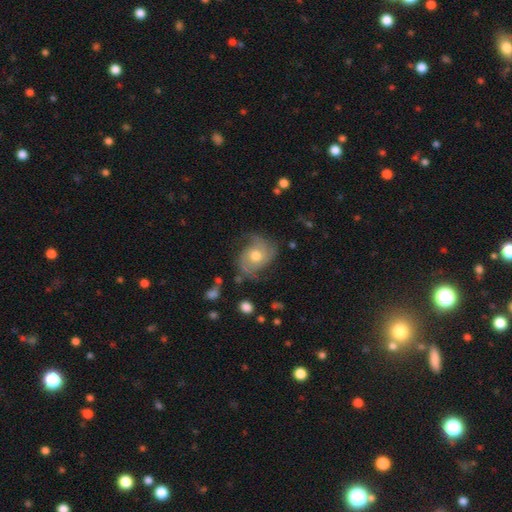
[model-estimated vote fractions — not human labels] Smooth or featured?
  - featured or disk: 68% *
  - smooth: 25%
  - star or artifact: 8%
Edge-on disk?
  - no: 97% *
  - yes: 3%
Bar?
  - no: 78% *
  - weak: 19%
  - strong: 3%
Spiral arms?
  - yes: 87% *
  - no: 13%
Spiral winding?
  - medium: 43% *
  - loose: 29%
  - tight: 28%
Spiral arm count?
  - 2: 56% *
  - can't tell: 18%
  - 3: 13%
  - 1: 5%
  - 4: 4%
  - more than 4: 3%
Bulge size?
  - moderate: 75% *
  - small: 13%
  - large: 9%
  - none: 1%
  - dominant: 1%
Merging?
  - none: 59% *
  - minor disturbance: 25%
  - major disturbance: 14%
  - merger: 2%